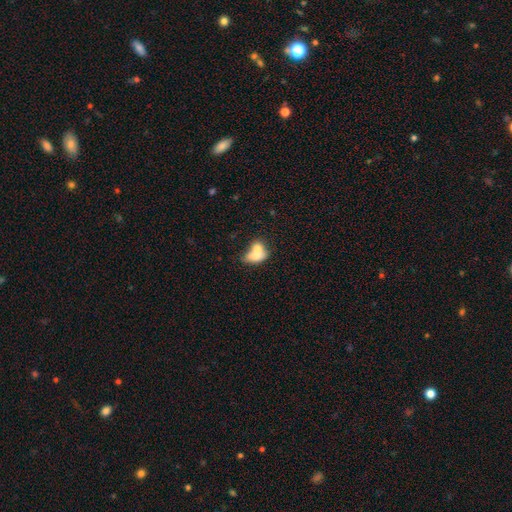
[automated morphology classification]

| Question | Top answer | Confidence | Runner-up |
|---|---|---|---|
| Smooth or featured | smooth | 67% | featured or disk (24%) |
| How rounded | in between | 74% | round (23%) |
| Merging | merger | 63% | none (19%) |